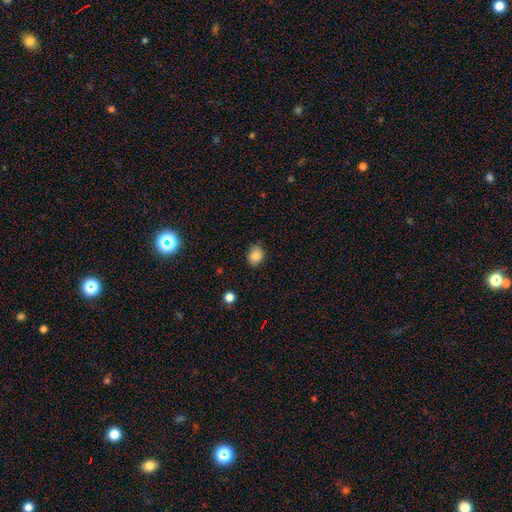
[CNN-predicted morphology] Smooth or featured? smooth (85%)
How rounded? in between (50%)
Merging? none (77%)